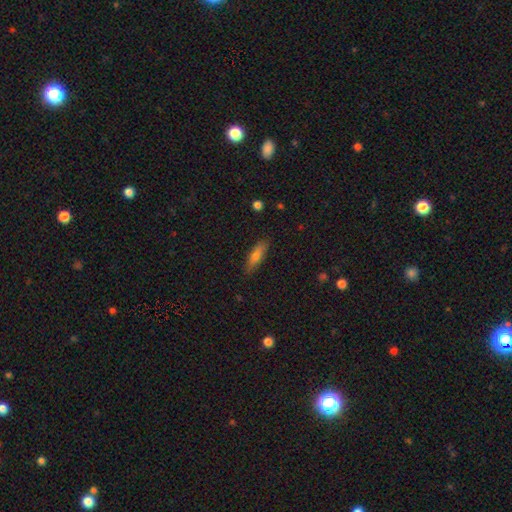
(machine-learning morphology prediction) Smooth or featured?
  - smooth: 68% *
  - featured or disk: 24%
  - star or artifact: 8%
How rounded?
  - cigar-shaped: 58% *
  - in between: 40%
  - round: 3%
Merging?
  - none: 85% *
  - minor disturbance: 12%
  - major disturbance: 2%
  - merger: 1%